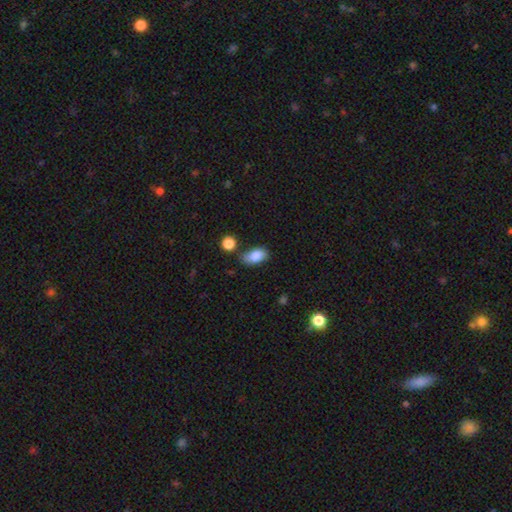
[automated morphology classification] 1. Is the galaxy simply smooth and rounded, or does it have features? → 84% smooth, 9% featured or disk, 7% star or artifact.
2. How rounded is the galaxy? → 91% in between, 7% round, 3% cigar-shaped.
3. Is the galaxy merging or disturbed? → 64% none, 22% minor disturbance, 9% merger, 5% major disturbance.